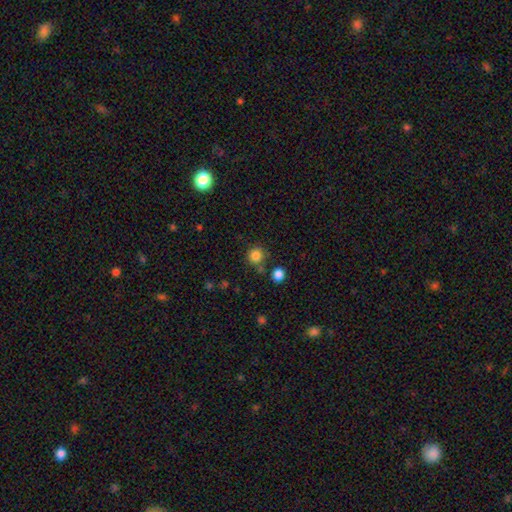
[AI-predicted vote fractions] Smooth or featured? Predicted: smooth (p=0.83). How rounded? Predicted: round (p=0.92). Merging? Predicted: none (p=0.77).